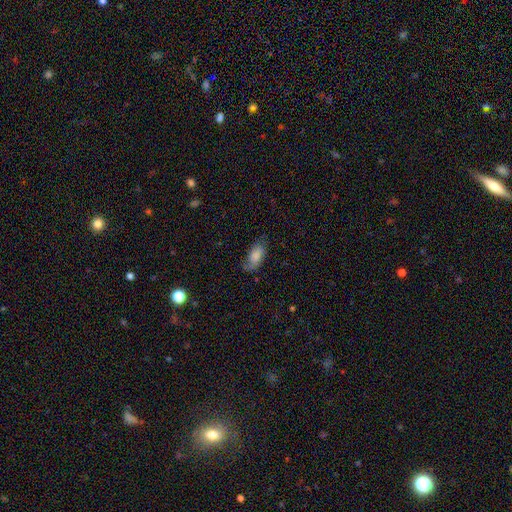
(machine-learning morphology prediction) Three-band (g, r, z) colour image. It shows a smooth galaxy with no disk features (66%) that is in between round and cigar-shaped (91%). Merging: none (60%).